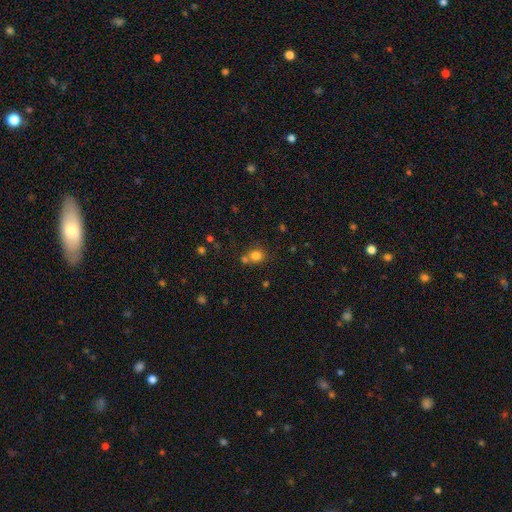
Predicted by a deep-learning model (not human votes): Morphology: type=smooth (78%); roundness=round (77%); merging=none (59%).